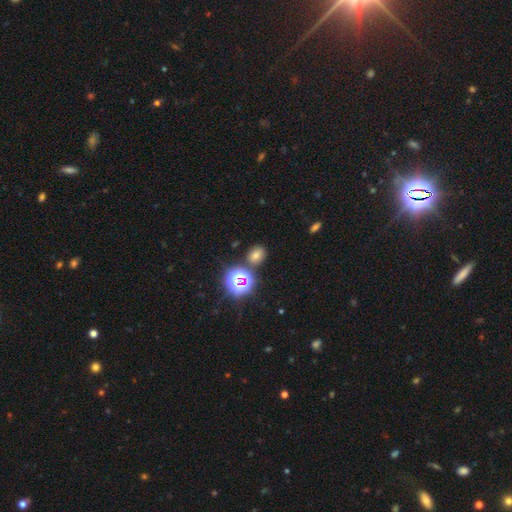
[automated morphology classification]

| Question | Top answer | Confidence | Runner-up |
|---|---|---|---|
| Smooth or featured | smooth | 57% | star or artifact (35%) |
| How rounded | round | 61% | in between (37%) |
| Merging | none | 81% | minor disturbance (9%) |